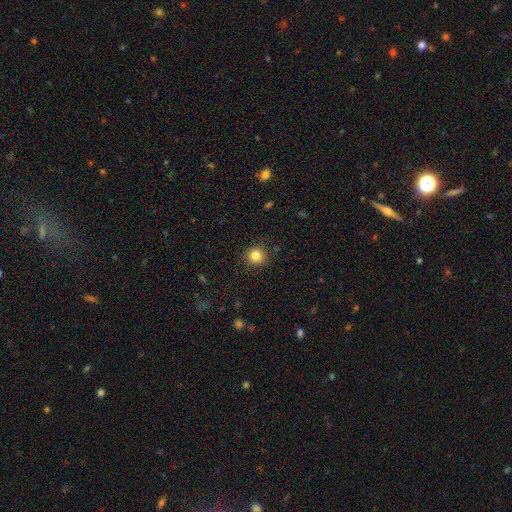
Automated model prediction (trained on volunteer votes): Smooth or featured: smooth — 84% (star or artifact — 11%)
How rounded: round — 93% (in between — 6%)
Merging: none — 89% (minor disturbance — 7%)